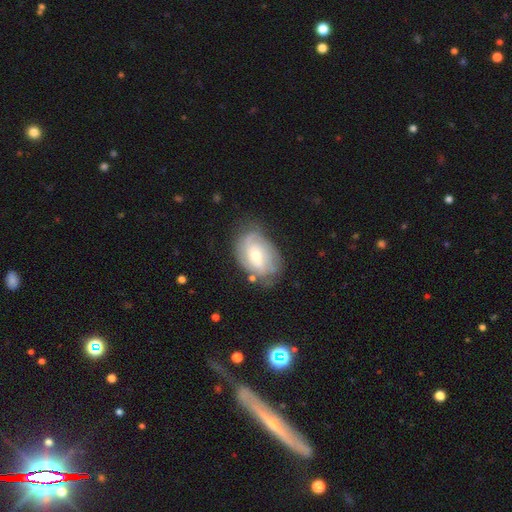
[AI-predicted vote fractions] Q: Smooth or featured?
A: featured or disk (64%); runner-up: smooth (29%)
Q: Edge-on disk?
A: no (95%); runner-up: yes (5%)
Q: Bar?
A: no (55%); runner-up: weak (36%)
Q: Spiral arms?
A: yes (80%); runner-up: no (20%)
Q: Bulge size?
A: moderate (56%); runner-up: small (39%)
Q: Merging?
A: none (64%); runner-up: minor disturbance (24%)